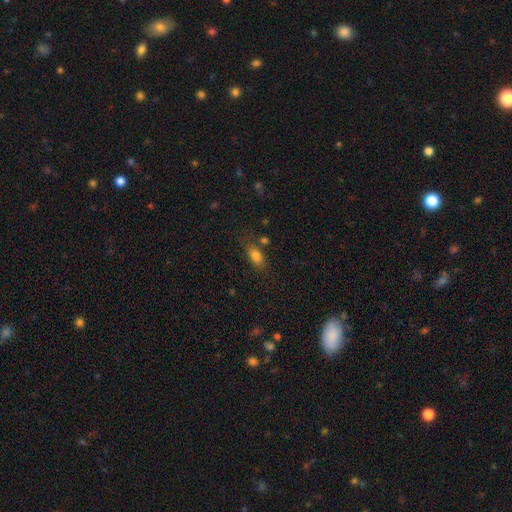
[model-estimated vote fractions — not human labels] Smooth or featured?
  - smooth: 80% *
  - featured or disk: 10%
  - star or artifact: 10%
How rounded?
  - in between: 85% *
  - cigar-shaped: 8%
  - round: 7%
Merging?
  - none: 73% *
  - minor disturbance: 15%
  - merger: 7%
  - major disturbance: 5%